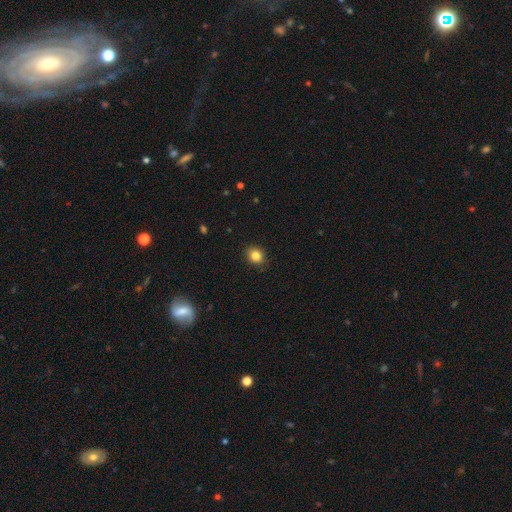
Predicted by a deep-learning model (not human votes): A smooth galaxy with no disk features (84%) that is round (66%). Merging: none (89%).